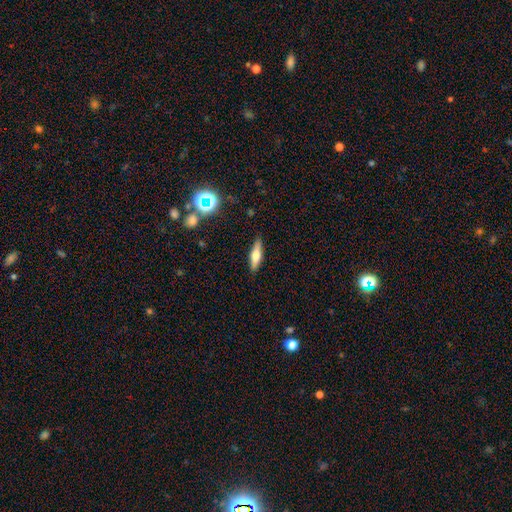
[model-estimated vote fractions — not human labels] Smooth or featured? smooth (50%)
Merging? none (89%)